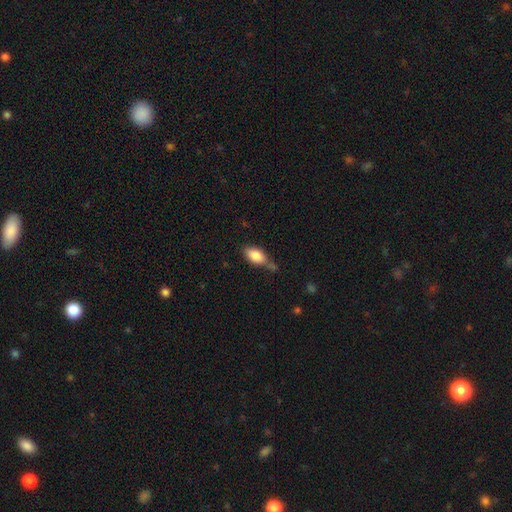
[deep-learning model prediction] smooth-or-featured: smooth: 82% | featured or disk: 11% | star or artifact: 7%
  how-rounded: in between: 89% | cigar-shaped: 7% | round: 4%
  merging: none: 45% | minor disturbance: 31% | merger: 14% | major disturbance: 10%